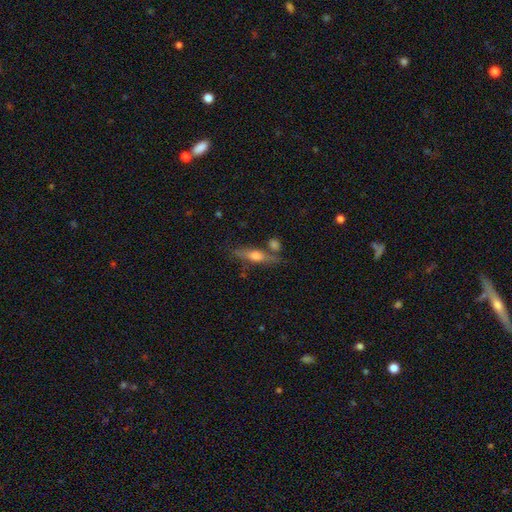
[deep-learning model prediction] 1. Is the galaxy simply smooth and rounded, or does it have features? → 54% featured or disk, 38% smooth, 8% star or artifact.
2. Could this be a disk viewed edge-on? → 90% yes, 10% no.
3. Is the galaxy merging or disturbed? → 69% none, 13% minor disturbance, 13% merger, 4% major disturbance.